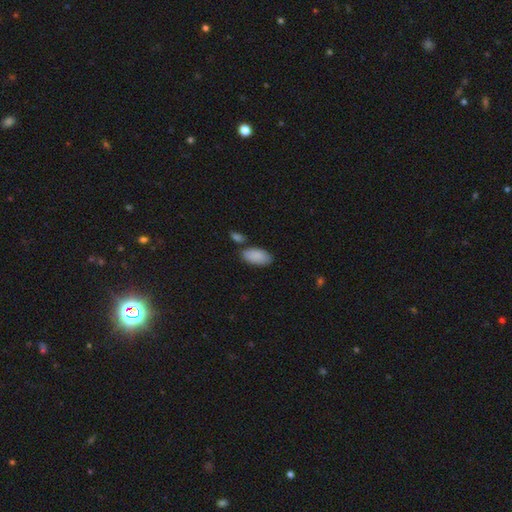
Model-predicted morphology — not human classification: This appears to be a smooth galaxy with no disk features (89%) that is in between round and cigar-shaped (94%). Merging: none (72%).